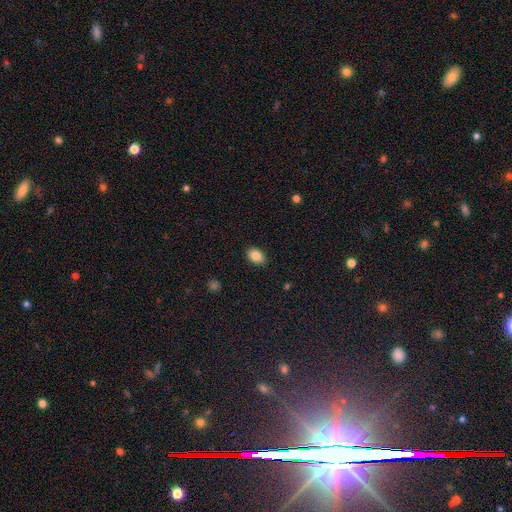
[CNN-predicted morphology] A smooth galaxy with no disk features (86%) that is in between round and cigar-shaped (80%).

Vote fractions:
- Smooth or featured? smooth: 86% / star or artifact: 8% / featured or disk: 5%
- How rounded? in between: 80% / round: 19% / cigar-shaped: 1%
- Merging? none: 89% / minor disturbance: 8% / major disturbance: 2% / merger: 1%